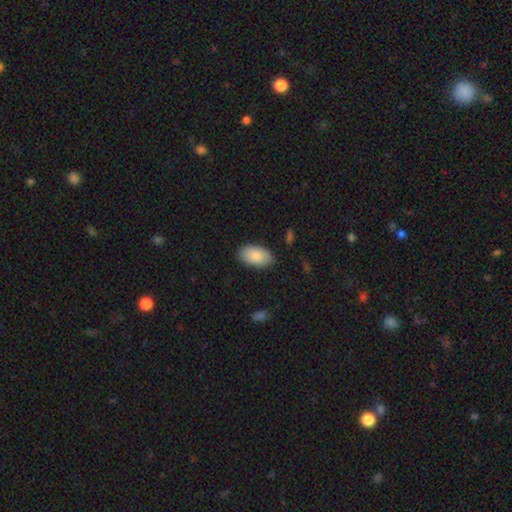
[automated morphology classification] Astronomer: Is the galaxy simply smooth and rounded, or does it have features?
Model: smooth — 87%.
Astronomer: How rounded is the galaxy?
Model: in between — 95%.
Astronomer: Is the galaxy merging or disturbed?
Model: none — 86%.